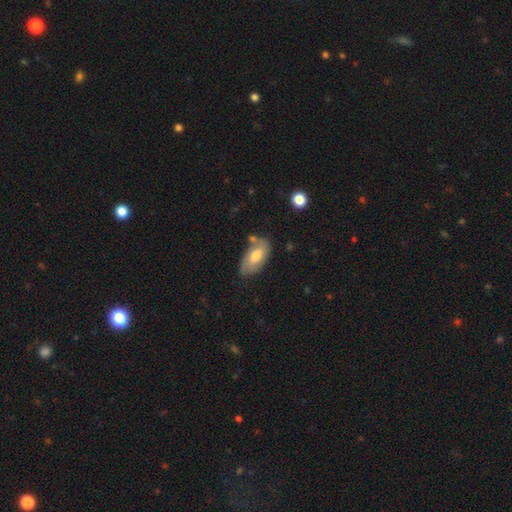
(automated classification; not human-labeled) This is likely a smooth galaxy (66%). How rounded: clearly in between (92%). Merging: likely none (64%).